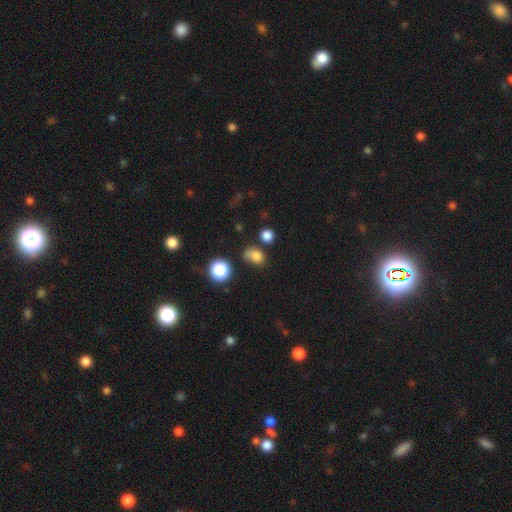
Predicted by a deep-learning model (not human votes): A smooth galaxy with no disk features (77%) that is in between round and cigar-shaped (56%). Merging: none (53%).